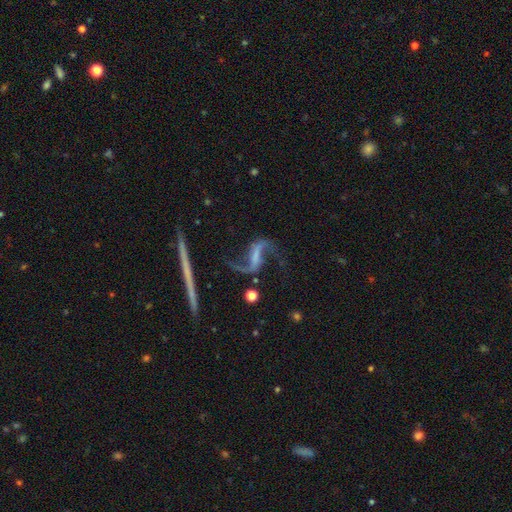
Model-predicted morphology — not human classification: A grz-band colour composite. It shows a featured or disk galaxy (88%) with a weak bar (37%), 2 (93%) loose (89%) spiral arms (96%) and no central bulge (63%). Merging: none (69%).